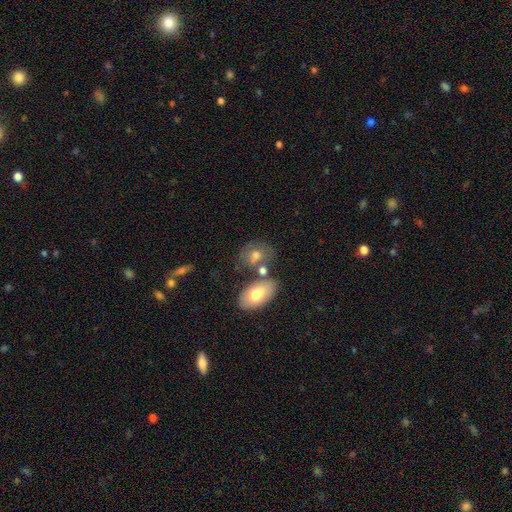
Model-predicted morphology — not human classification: Q: Smooth or featured?
A: smooth (61%); runner-up: featured or disk (28%)
Q: How rounded?
A: in between (63%); runner-up: round (36%)
Q: Merging?
A: none (50%); runner-up: merger (25%)